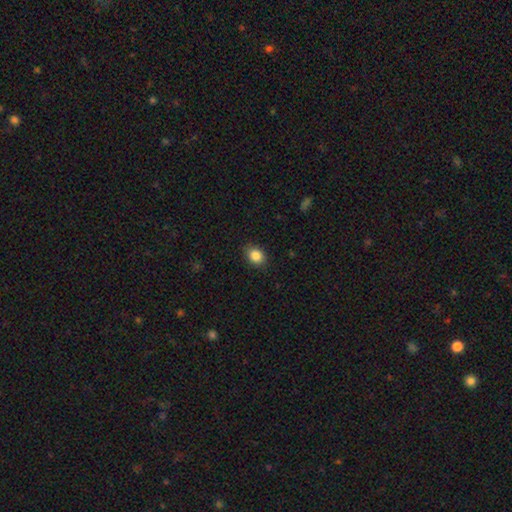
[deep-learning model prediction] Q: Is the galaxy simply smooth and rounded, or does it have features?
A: smooth — 86%.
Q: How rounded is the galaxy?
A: in between — 50%.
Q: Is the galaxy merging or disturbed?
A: none — 88%.